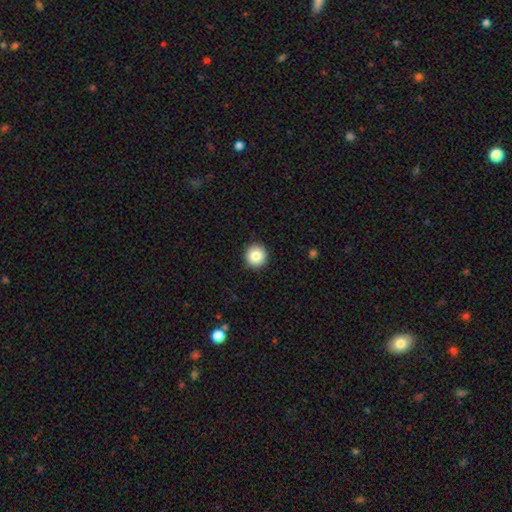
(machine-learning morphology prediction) This appears to be a smooth galaxy with no disk features (85%) that is round (95%). Merging: none (93%).